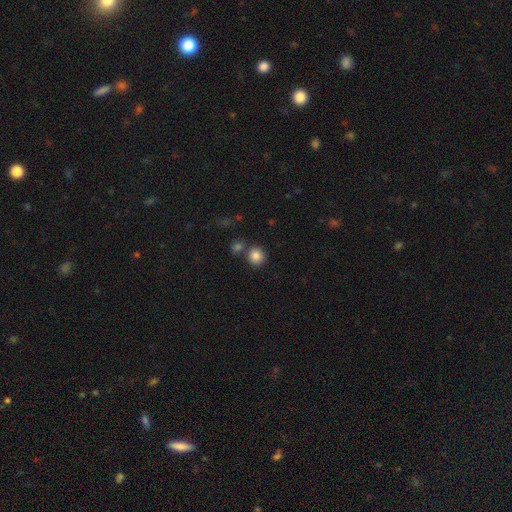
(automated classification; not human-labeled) smooth-or-featured: smooth: 85% | star or artifact: 10% | featured or disk: 5%
  how-rounded: round: 89% | in between: 10% | cigar-shaped: 1%
  merging: none: 73% | merger: 16% | minor disturbance: 8% | major disturbance: 3%